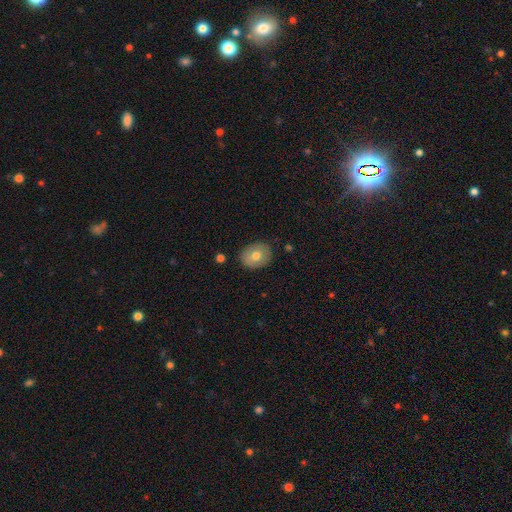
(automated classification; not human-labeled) smooth_or_featured: smooth (p=0.71) [alt: featured or disk p=0.21]
how_rounded: in between (p=0.50) [alt: round p=0.49]
merging: none (p=0.86) [alt: minor disturbance p=0.10]